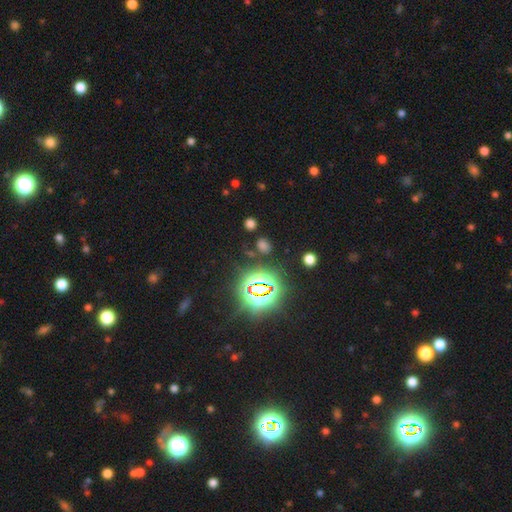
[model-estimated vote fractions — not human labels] This is clearly a star or artifact rather than a galaxy (82%).